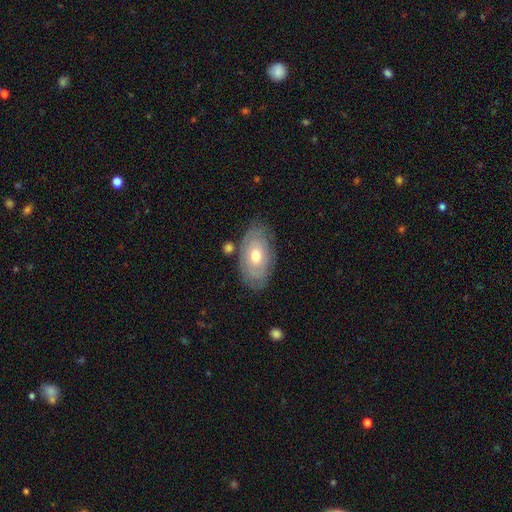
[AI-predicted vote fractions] This is possibly a featured or disk galaxy (53%). It is clearly not viewed edge-on (90%). Merging: likely none (75%).